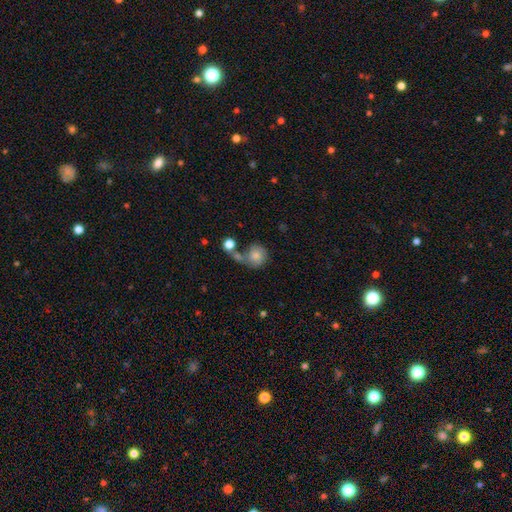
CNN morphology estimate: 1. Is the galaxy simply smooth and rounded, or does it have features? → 70% smooth, 21% featured or disk, 8% star or artifact.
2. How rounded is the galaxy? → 84% round, 15% in between, 1% cigar-shaped.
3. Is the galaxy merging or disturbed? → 38% none, 33% merger, 16% minor disturbance, 14% major disturbance.